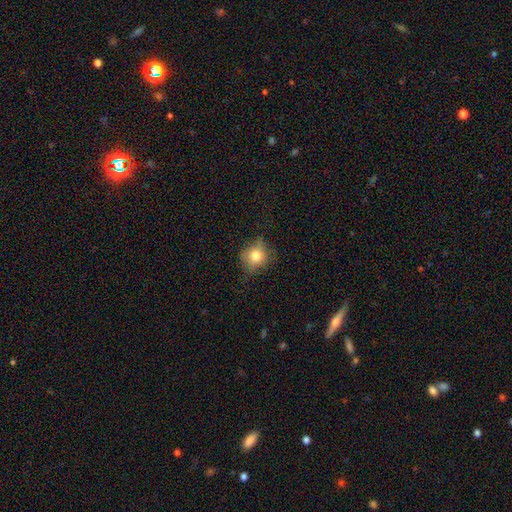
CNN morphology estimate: The model was most divided on "merging": none: 71%, minor disturbance: 21%, major disturbance: 6%, merger: 1%. More confident: smooth or featured — smooth (78%); how rounded — round (77%).